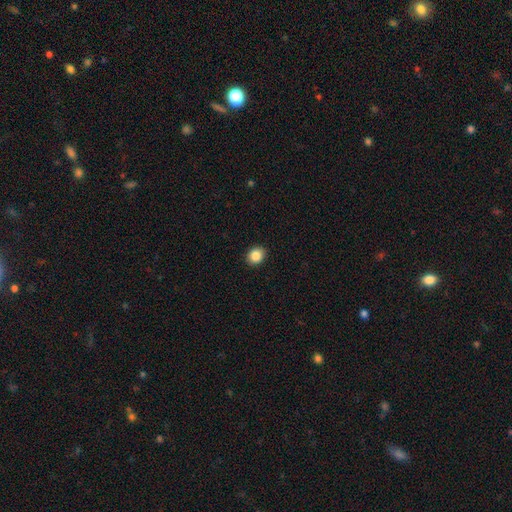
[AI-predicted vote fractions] This is clearly a smooth galaxy (87%). How rounded: likely round (61%). Merging: clearly none (91%).